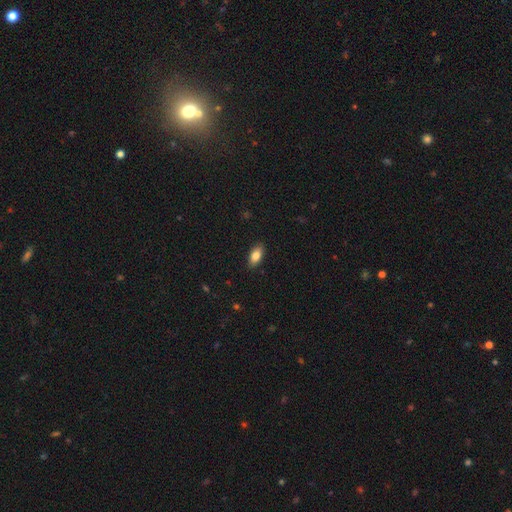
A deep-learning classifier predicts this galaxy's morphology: The model was most divided on "smooth or featured": smooth: 84%, featured or disk: 9%, star or artifact: 7%. More confident: how rounded — in between (90%); merging — none (89%).